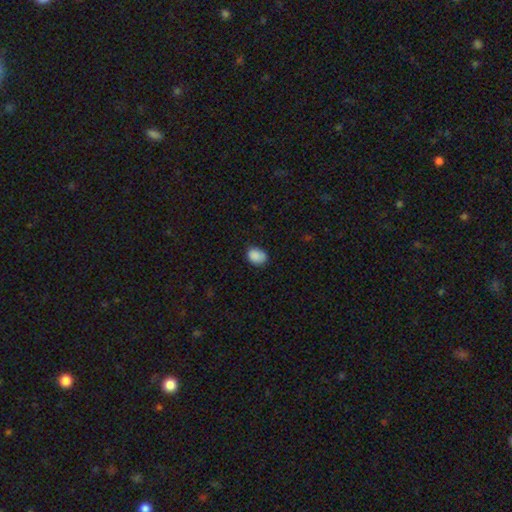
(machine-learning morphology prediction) smooth-or-featured: smooth: 88% | star or artifact: 9% | featured or disk: 3%
  how-rounded: in between: 68% | round: 31% | cigar-shaped: 1%
  merging: none: 73% | minor disturbance: 22% | major disturbance: 4% | merger: 1%